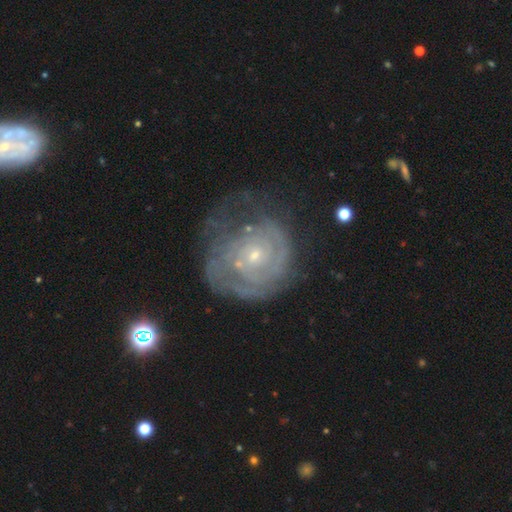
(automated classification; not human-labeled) A featured or disk galaxy (76%) with no bar (80%), tight (72%) spiral arms (78%) and a small central bulge (75%).

Vote fractions:
- Smooth or featured? featured or disk: 76% / smooth: 15% / star or artifact: 9%
- Edge-on disk? no: 97% / yes: 3%
- Bar? no: 80% / weak: 16% / strong: 4%
- Spiral arms? yes: 78% / no: 22%
- Spiral winding? tight: 72% / medium: 20% / loose: 7%
- Spiral arm count? can't tell: 55% / 2: 18% / 3: 10% / 1: 6% / 4: 6% / more than 4: 5%
- Bulge size? small: 75% / moderate: 20% / none: 2% / large: 1% / dominant: 1%
- Merging? none: 53% / minor disturbance: 24% / major disturbance: 20% / merger: 3%